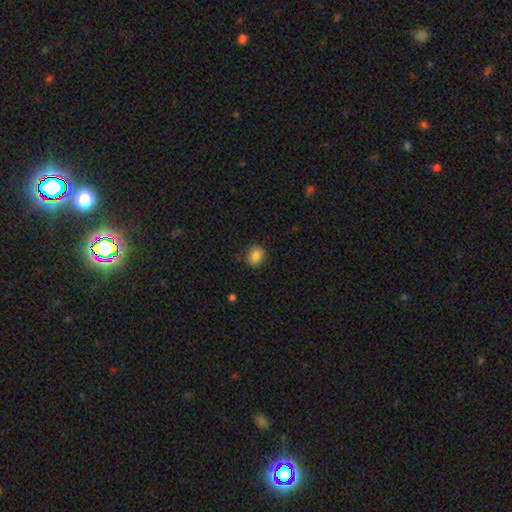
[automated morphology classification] Smooth or featured?
  - smooth: 85% *
  - star or artifact: 9%
  - featured or disk: 6%
How rounded?
  - round: 65% *
  - in between: 34%
  - cigar-shaped: 1%
Merging?
  - none: 83% *
  - minor disturbance: 13%
  - major disturbance: 3%
  - merger: 1%